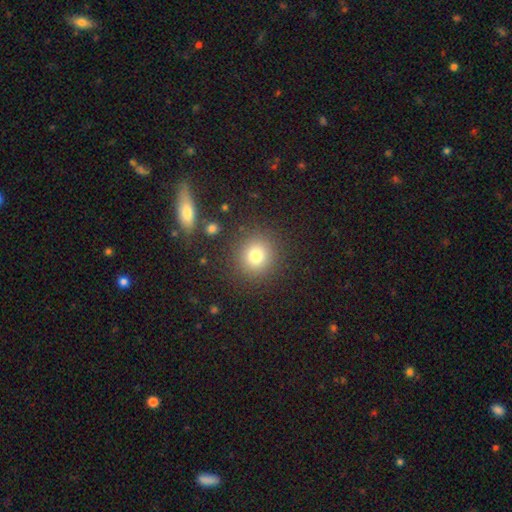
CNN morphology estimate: A smooth galaxy with no disk features (78%) that is round (90%).

Vote fractions:
- Smooth or featured? smooth: 78% / star or artifact: 14% / featured or disk: 8%
- How rounded? round: 90% / in between: 9% / cigar-shaped: 1%
- Merging? none: 88% / minor disturbance: 7% / major disturbance: 3% / merger: 2%